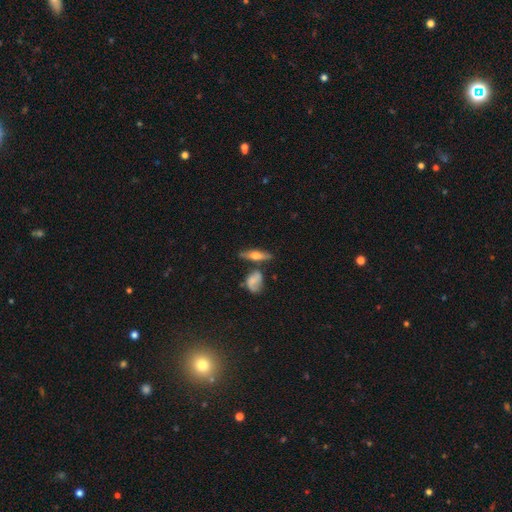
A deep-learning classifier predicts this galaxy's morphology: smooth_or_featured: featured or disk (p=0.51) [alt: smooth p=0.41]
disk_edge_on: yes (p=0.89) [alt: no p=0.11]
merging: none (p=0.71) [alt: minor disturbance p=0.15]